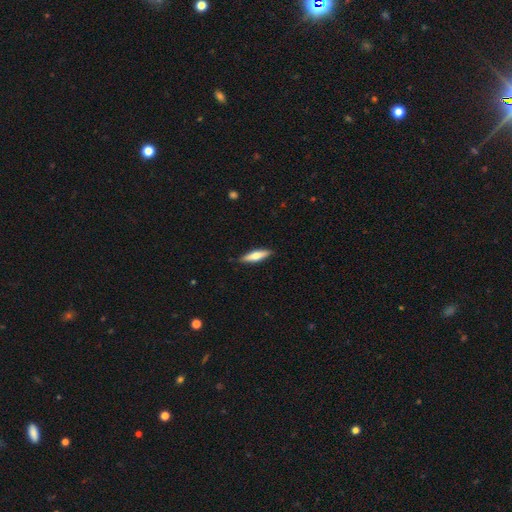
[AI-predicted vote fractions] The model was most divided on "smooth or featured": smooth: 56%, featured or disk: 38%, star or artifact: 5%. More confident: merging — none (89%); how rounded — cigar-shaped (74%).